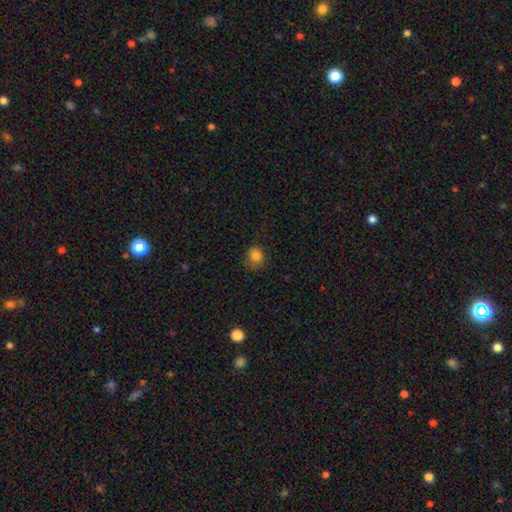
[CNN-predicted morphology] Q: Smooth or featured?
A: smooth (82%); runner-up: star or artifact (12%)
Q: How rounded?
A: round (80%); runner-up: in between (19%)
Q: Merging?
A: none (67%); runner-up: minor disturbance (23%)